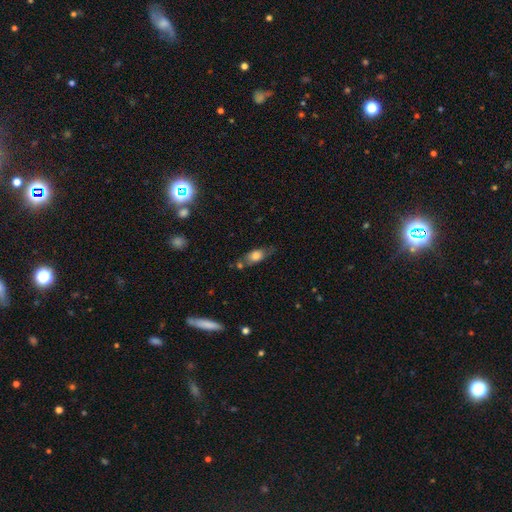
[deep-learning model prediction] Smooth or featured: smooth — 68% (featured or disk — 23%)
How rounded: in between — 73% (cigar-shaped — 17%)
Merging: none — 58% (minor disturbance — 24%)